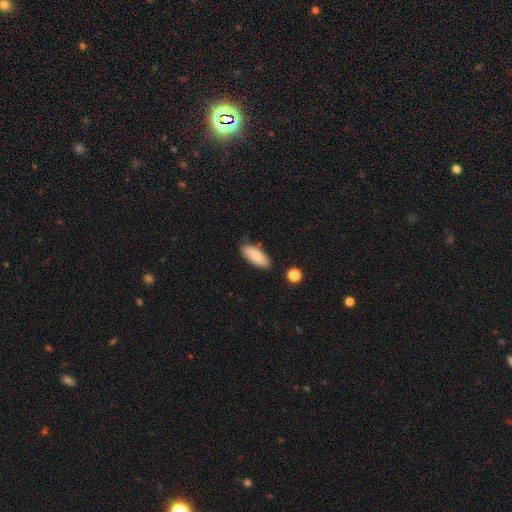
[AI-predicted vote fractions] Morphology: type=smooth (84%); roundness=in between (81%); merging=none (80%).